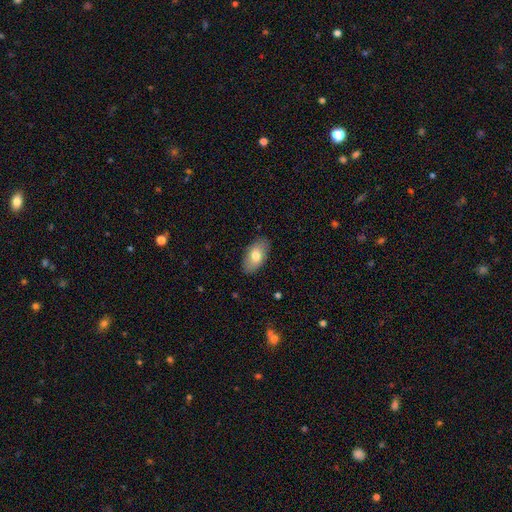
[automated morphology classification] smooth 76%, featured or disk 18%, star or artifact 6%. Down the decision tree: how rounded — in between (93%); merging — none (86%).